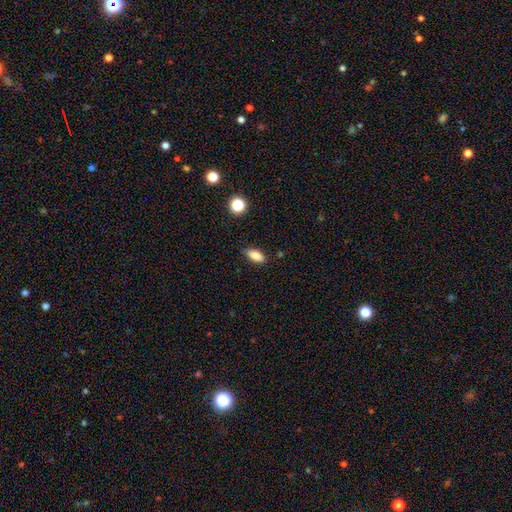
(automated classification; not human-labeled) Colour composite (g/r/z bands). It shows a smooth galaxy with no disk features (83%) that is in between round and cigar-shaped (82%). Merging: none (81%).